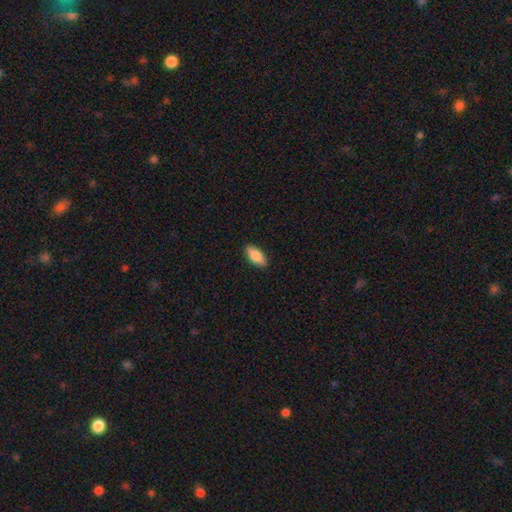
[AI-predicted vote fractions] A smooth galaxy with no disk features (83%) that is in between round and cigar-shaped (86%). Merging: none (90%).